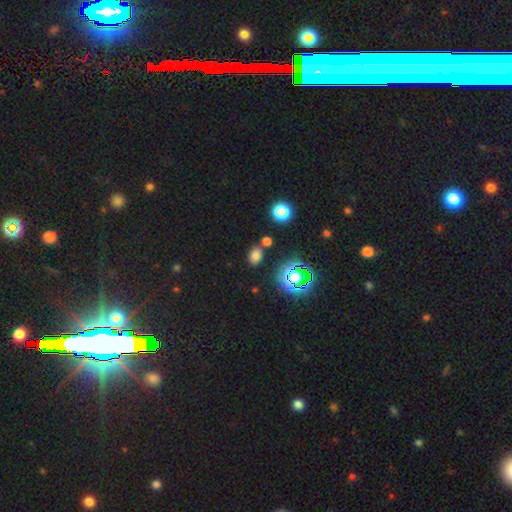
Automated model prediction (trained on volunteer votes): Smooth or featured? smooth (62%)
How rounded? in between (68%)
Merging? none (75%)